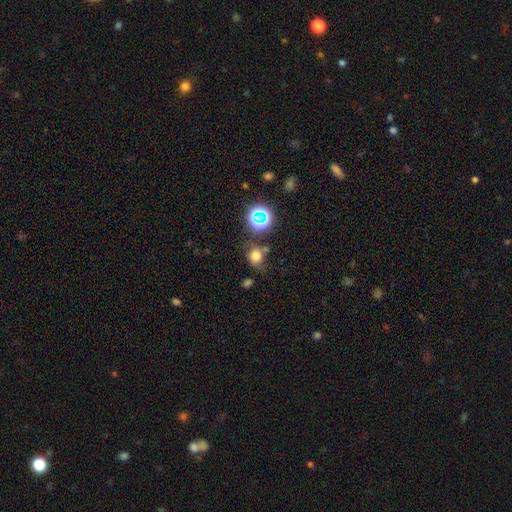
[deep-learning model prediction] smooth_or_featured: smooth (p=0.71) [alt: star or artifact p=0.20]
how_rounded: round (p=0.63) [alt: in between p=0.36]
merging: none (p=0.63) [alt: minor disturbance p=0.19]